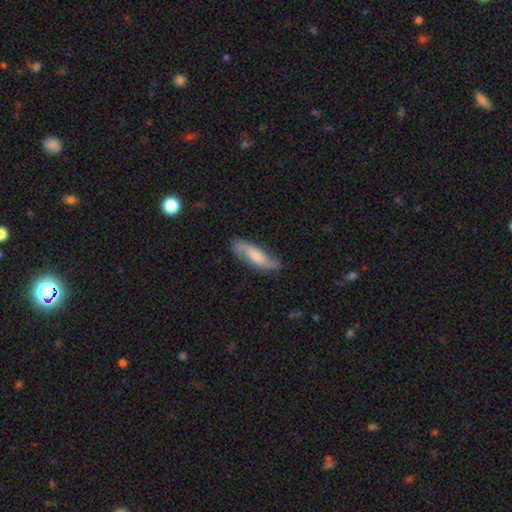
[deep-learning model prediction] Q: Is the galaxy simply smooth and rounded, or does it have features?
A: featured or disk — 53%.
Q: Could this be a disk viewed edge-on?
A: no — 81%.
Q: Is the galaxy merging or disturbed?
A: none — 79%.